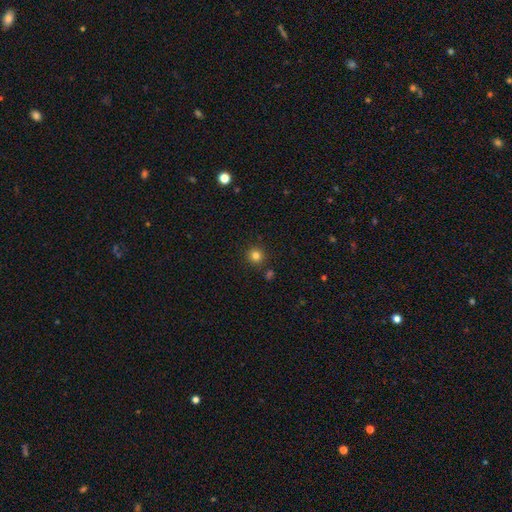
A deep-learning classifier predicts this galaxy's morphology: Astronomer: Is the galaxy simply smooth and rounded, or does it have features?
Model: smooth — 82%.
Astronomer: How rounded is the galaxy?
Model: round — 94%.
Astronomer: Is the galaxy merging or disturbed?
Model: none — 87%.